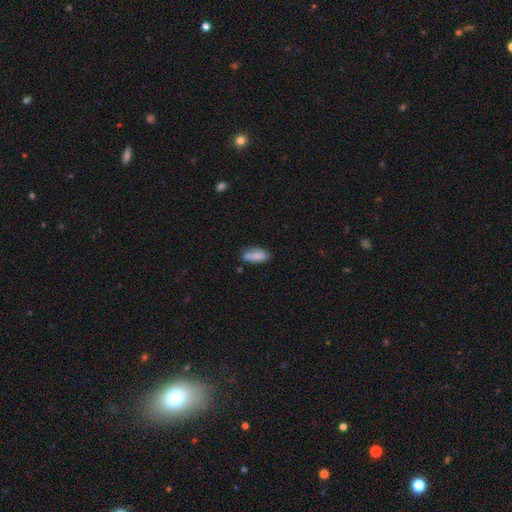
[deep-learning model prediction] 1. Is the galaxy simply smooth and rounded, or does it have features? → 82% smooth, 11% featured or disk, 7% star or artifact.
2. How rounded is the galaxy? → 81% in between, 16% cigar-shaped, 2% round.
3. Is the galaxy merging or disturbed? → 71% none, 21% minor disturbance, 5% merger, 4% major disturbance.